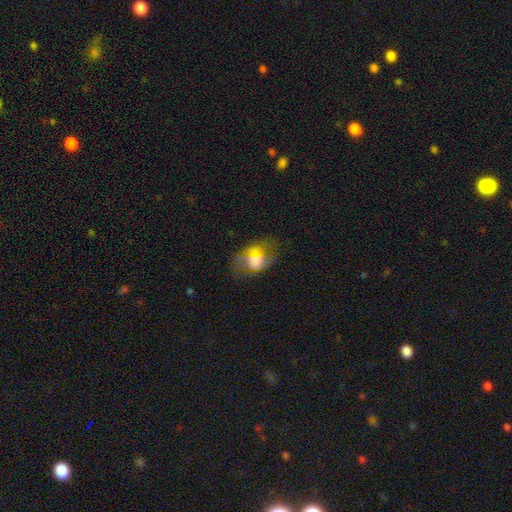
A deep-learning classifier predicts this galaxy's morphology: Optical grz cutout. It shows a smooth galaxy with no disk features (49%). Merging: none (49%).